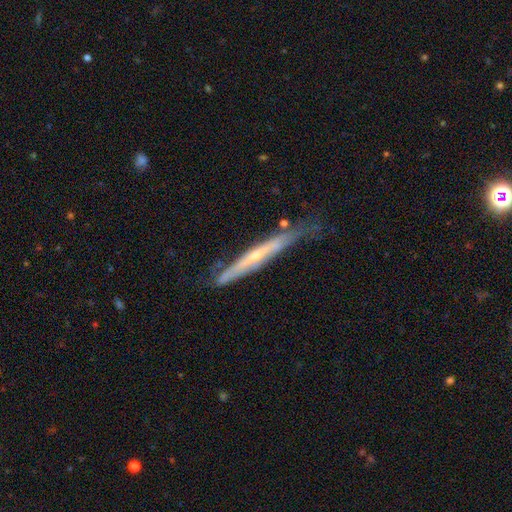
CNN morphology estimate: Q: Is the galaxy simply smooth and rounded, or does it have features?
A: featured or disk — 71%.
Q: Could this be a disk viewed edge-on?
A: yes — 89%.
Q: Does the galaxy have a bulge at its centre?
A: rounded — 55%.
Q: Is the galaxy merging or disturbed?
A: none — 61%.